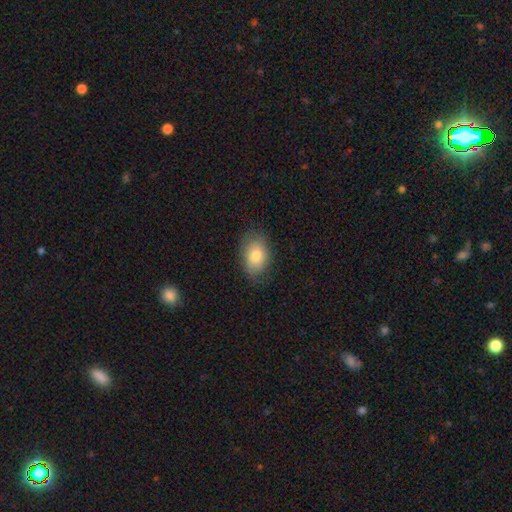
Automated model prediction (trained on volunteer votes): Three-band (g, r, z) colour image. It shows a smooth galaxy with no disk features (79%) that is in between round and cigar-shaped (81%). Merging: none (77%).